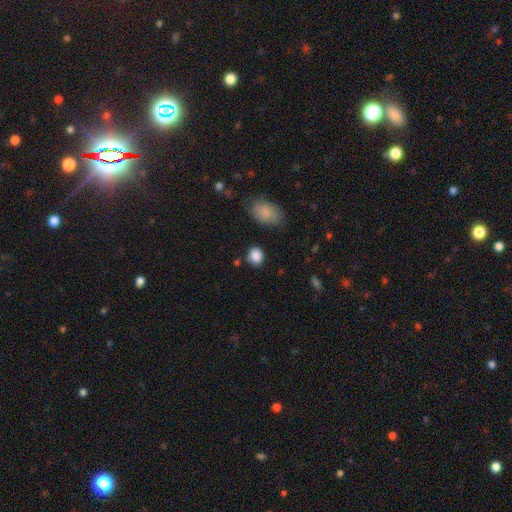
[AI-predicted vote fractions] A smooth galaxy with no disk features (87%) that is round (64%). Merging: none (78%).